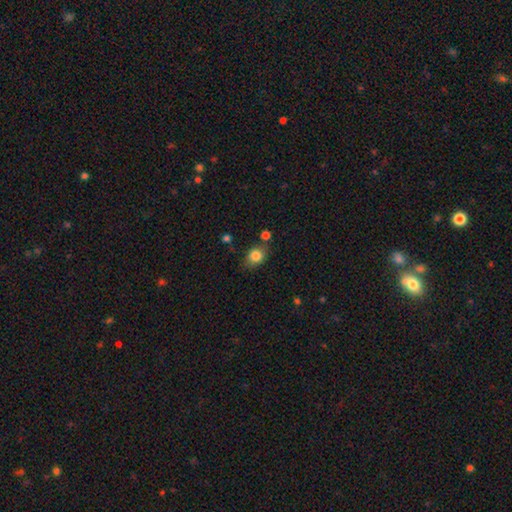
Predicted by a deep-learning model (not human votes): Smooth or featured: smooth — 83% (star or artifact — 9%)
How rounded: in between — 55% (round — 44%)
Merging: none — 68% (minor disturbance — 19%)